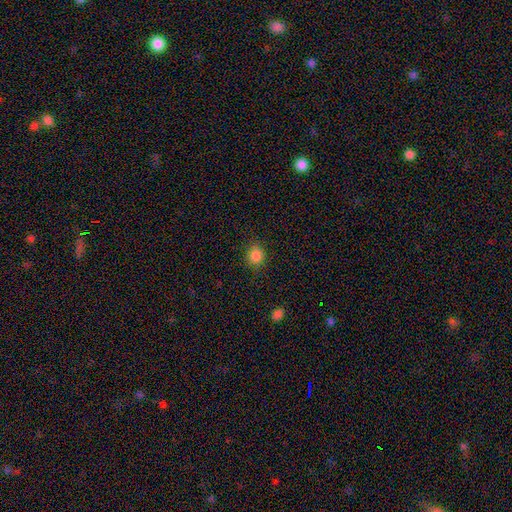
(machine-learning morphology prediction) type=smooth (85%); roundness=round (73%); merging=none (85%).